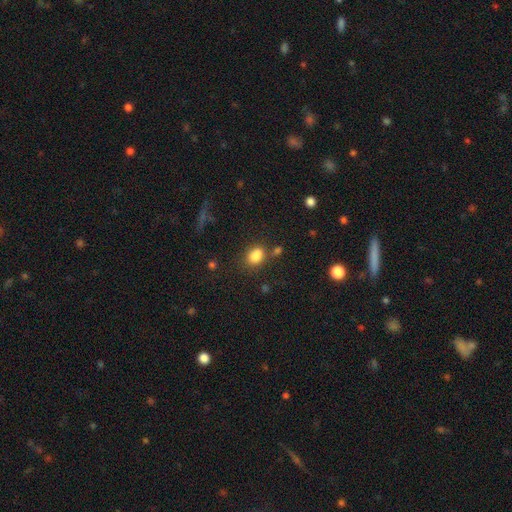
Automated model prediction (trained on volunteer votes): smooth_or_featured: smooth (p=0.84) [alt: star or artifact p=0.11]
how_rounded: in between (p=0.70) [alt: round p=0.29]
merging: none (p=0.67) [alt: minor disturbance p=0.17]